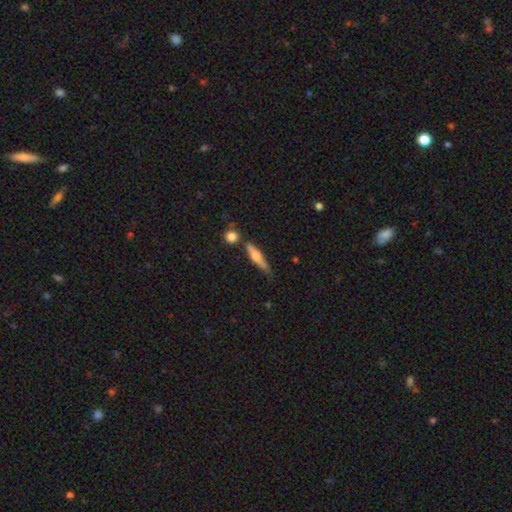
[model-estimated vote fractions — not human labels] Smooth or featured?
  - smooth: 47% *
  - featured or disk: 46%
  - star or artifact: 7%
Merging?
  - none: 63% *
  - minor disturbance: 22%
  - merger: 10%
  - major disturbance: 6%